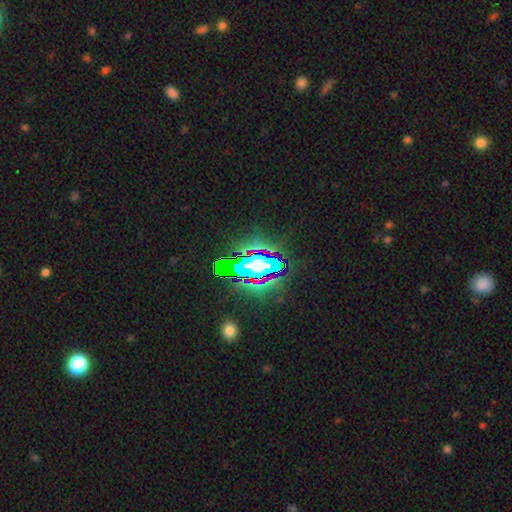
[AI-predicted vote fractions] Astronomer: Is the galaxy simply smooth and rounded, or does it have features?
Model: star or artifact — 63%.